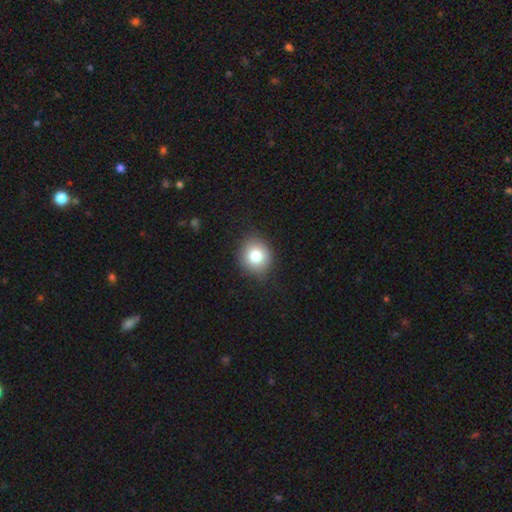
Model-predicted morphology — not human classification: Smooth or featured? Predicted: smooth (p=0.80). How rounded? Predicted: round (p=0.79). Merging? Predicted: none (p=0.85).